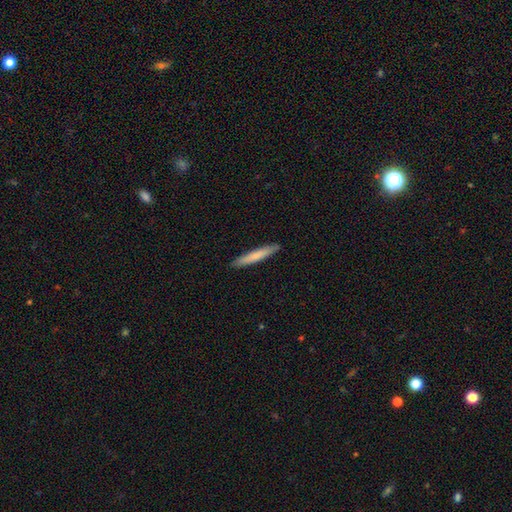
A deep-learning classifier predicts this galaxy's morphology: Q: Smooth or featured?
A: smooth (72%); runner-up: featured or disk (22%)
Q: How rounded?
A: cigar-shaped (95%); runner-up: in between (4%)
Q: Merging?
A: none (91%); runner-up: minor disturbance (6%)